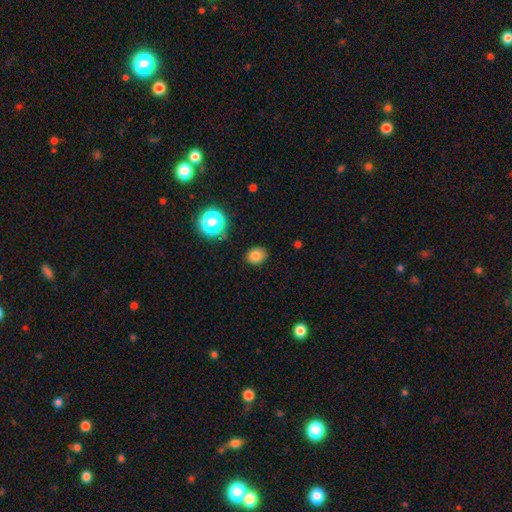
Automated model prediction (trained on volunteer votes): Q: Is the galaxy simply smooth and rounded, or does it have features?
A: smooth — 79%.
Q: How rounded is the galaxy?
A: round — 57%.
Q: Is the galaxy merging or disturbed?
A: none — 86%.